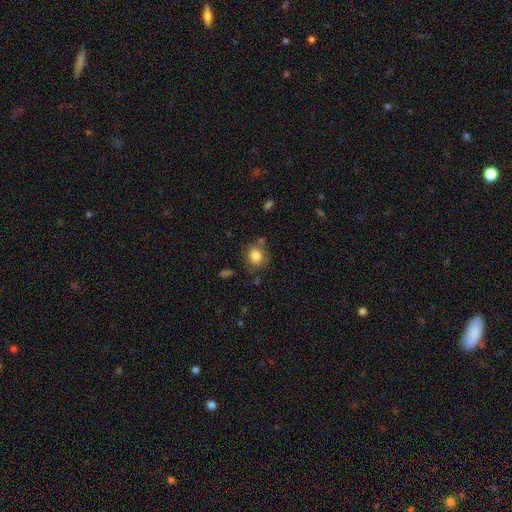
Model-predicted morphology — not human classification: A smooth galaxy with no disk features (83%) that is round (60%). Merging: none (71%).